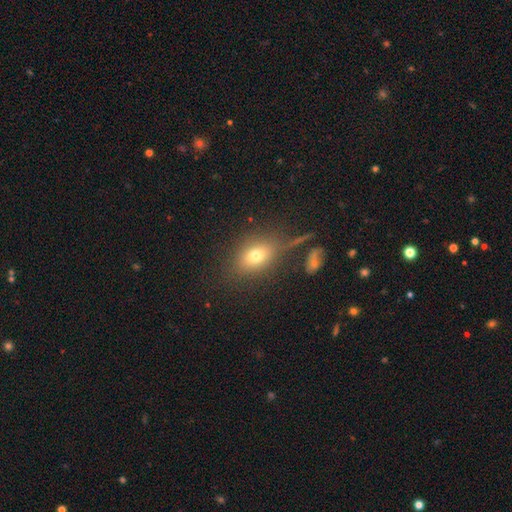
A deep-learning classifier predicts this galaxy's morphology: Overall: smooth (72%). How rounded: in between (65%; round 32%). Merging: none (75%).